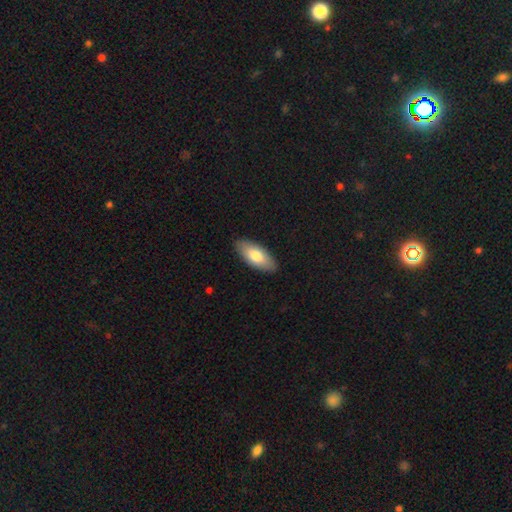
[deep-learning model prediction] Morphology: type=smooth (76%); roundness=in between (87%); merging=none (89%).